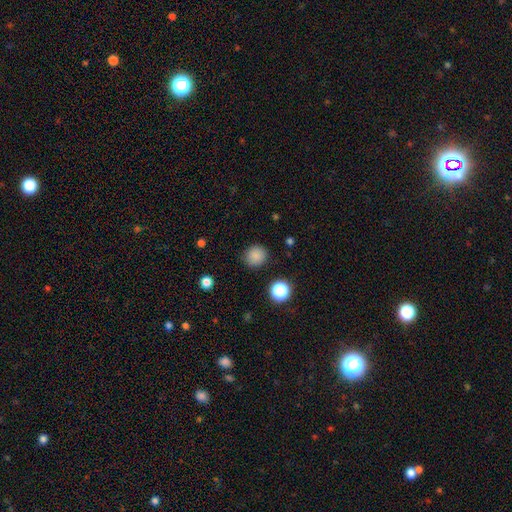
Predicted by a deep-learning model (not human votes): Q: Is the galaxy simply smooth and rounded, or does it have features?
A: smooth — 84%.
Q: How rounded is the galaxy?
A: round — 88%.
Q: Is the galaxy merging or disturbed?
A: none — 88%.